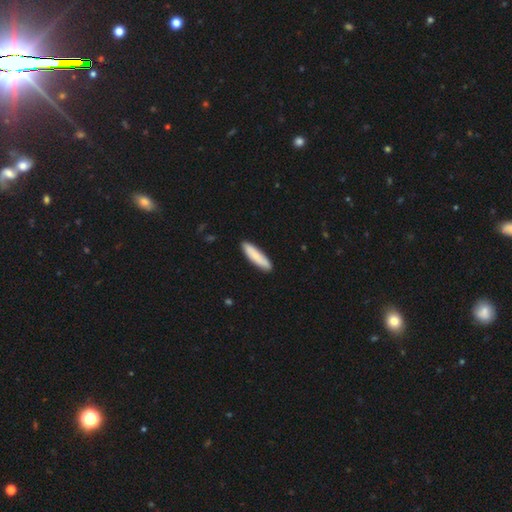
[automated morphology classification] This is clearly a smooth galaxy (83%). How rounded: likely cigar-shaped (79%). Merging: clearly none (89%).